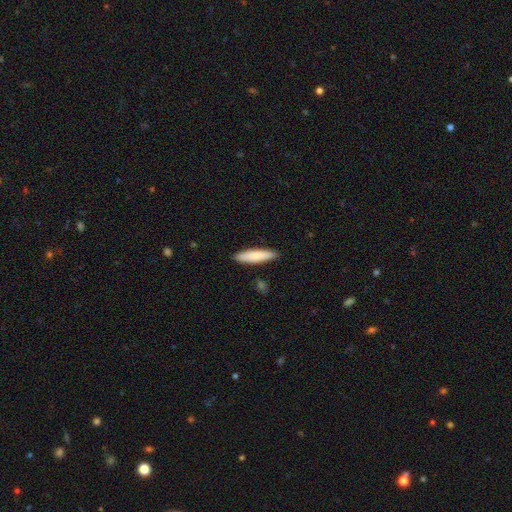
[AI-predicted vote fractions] A smooth galaxy with no disk features (81%) that is cigar-shaped (80%).

Vote fractions:
- Smooth or featured? smooth: 81% / featured or disk: 13% / star or artifact: 5%
- How rounded? cigar-shaped: 80% / in between: 19% / round: 1%
- Merging? none: 89% / minor disturbance: 8% / major disturbance: 2% / merger: 1%